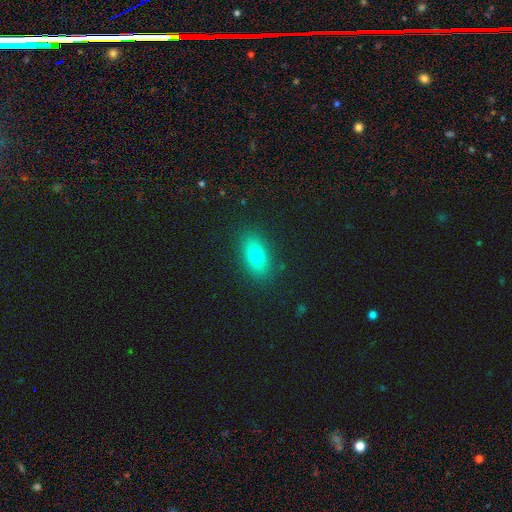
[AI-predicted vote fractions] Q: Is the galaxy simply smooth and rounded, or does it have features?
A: smooth — 74%.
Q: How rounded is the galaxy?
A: in between — 81%.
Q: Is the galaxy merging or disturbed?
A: none — 87%.